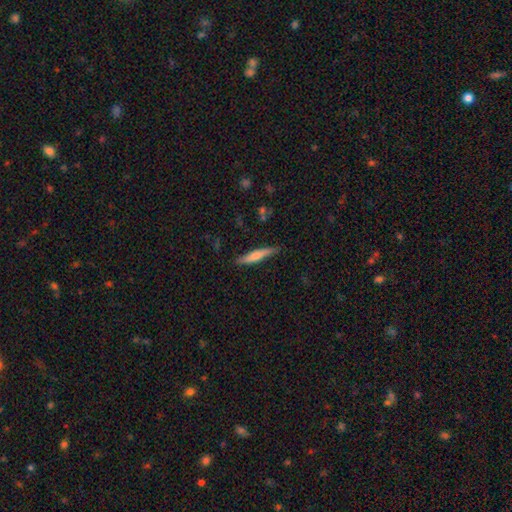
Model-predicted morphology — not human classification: Smooth or featured: smooth — 62% (featured or disk — 32%)
How rounded: cigar-shaped — 89% (in between — 9%)
Merging: none — 82% (minor disturbance — 14%)